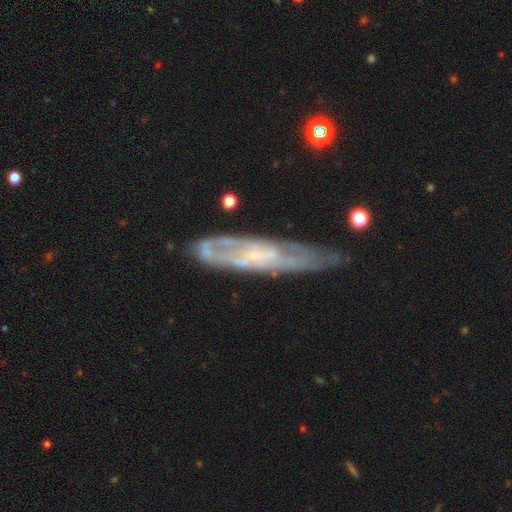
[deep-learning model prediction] Q: Smooth or featured?
A: featured or disk (69%); runner-up: smooth (23%)
Q: Edge-on disk?
A: no (56%); runner-up: yes (44%)
Q: Merging?
A: none (61%); runner-up: minor disturbance (25%)